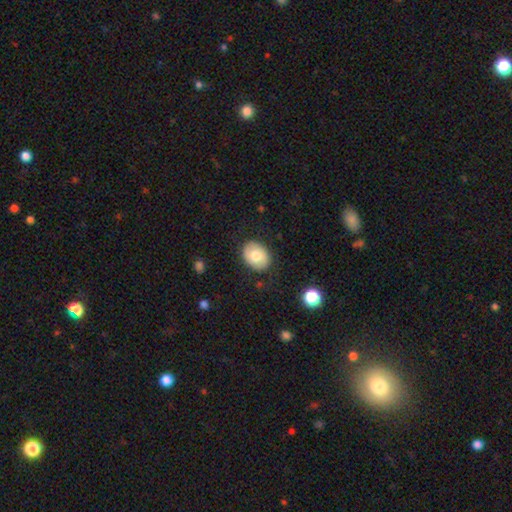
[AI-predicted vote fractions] Q: Smooth or featured?
A: smooth (70%); runner-up: featured or disk (23%)
Q: How rounded?
A: in between (61%); runner-up: round (38%)
Q: Merging?
A: none (84%); runner-up: minor disturbance (11%)